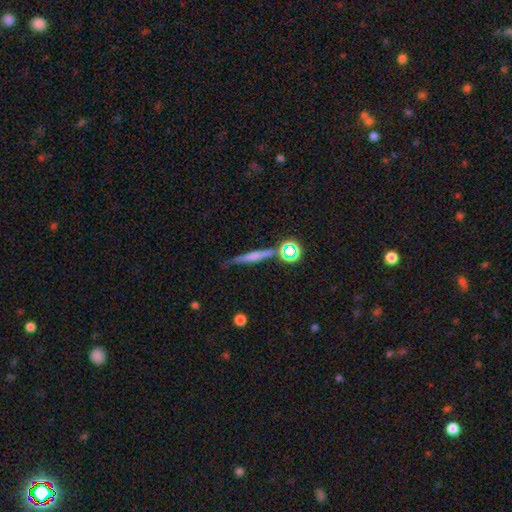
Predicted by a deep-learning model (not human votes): Morphology: type=smooth (50%); merging=none (71%).